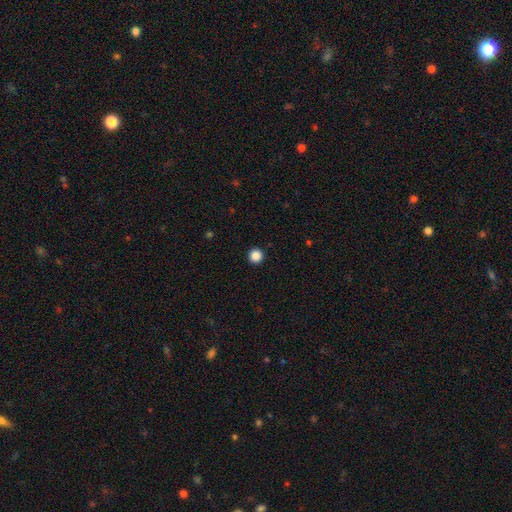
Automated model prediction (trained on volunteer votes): This is clearly a smooth galaxy (87%). How rounded: clearly round (96%). Merging: clearly none (94%).